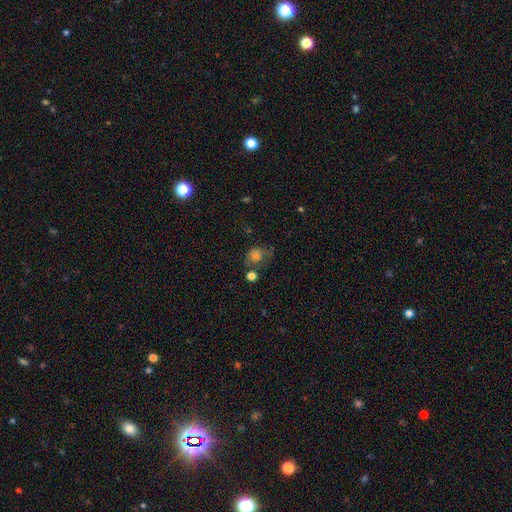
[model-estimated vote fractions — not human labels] smooth 70%, featured or disk 15%, star or artifact 15%. Down the decision tree: how rounded — round (67%); merging — none (50%).